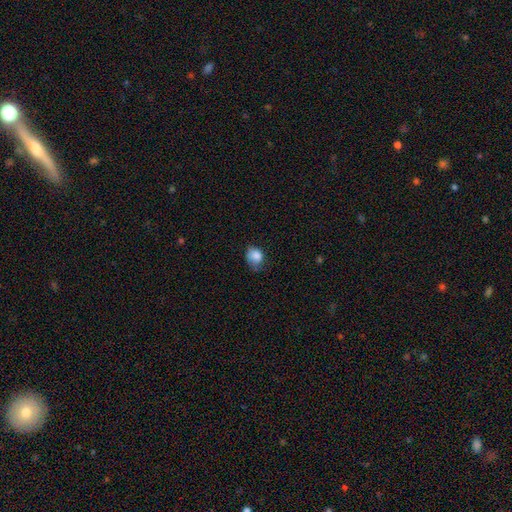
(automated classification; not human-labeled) smooth_or_featured: smooth (p=0.84) [alt: star or artifact p=0.09]
how_rounded: in between (p=0.50) [alt: round p=0.49]
merging: none (p=0.42) [alt: minor disturbance p=0.40]